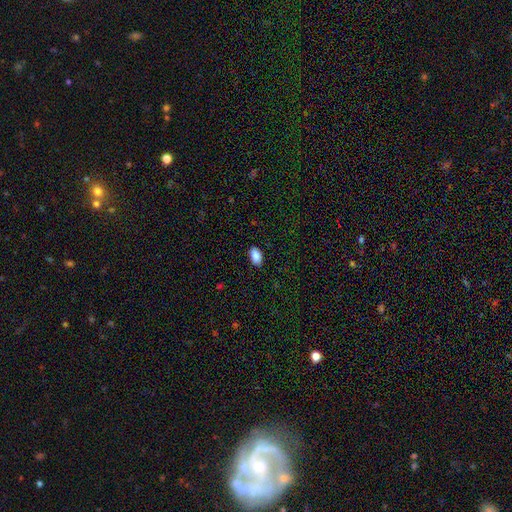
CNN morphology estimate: A smooth galaxy with no disk features (89%) that is in between round and cigar-shaped (93%).

Vote fractions:
- Smooth or featured? smooth: 89% / star or artifact: 7% / featured or disk: 4%
- How rounded? in between: 93% / round: 5% / cigar-shaped: 2%
- Merging? none: 87% / minor disturbance: 10% / major disturbance: 2% / merger: 1%